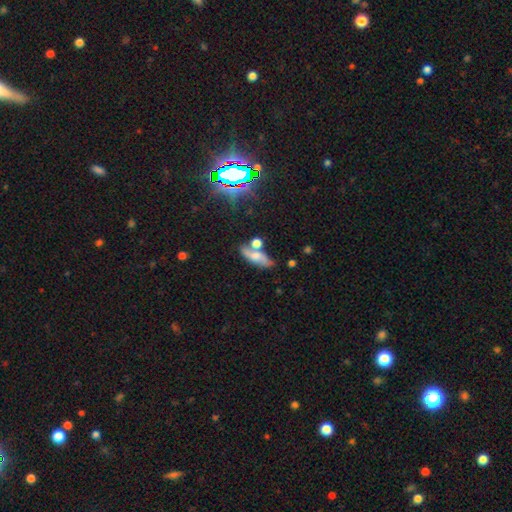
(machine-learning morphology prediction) This is possibly a smooth galaxy (48%). Merging: possibly none (49%).